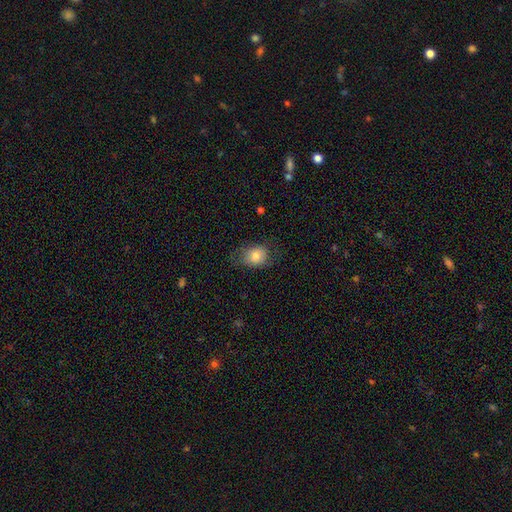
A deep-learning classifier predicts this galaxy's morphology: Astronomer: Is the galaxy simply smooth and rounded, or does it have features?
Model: smooth — 79%.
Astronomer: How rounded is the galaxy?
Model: in between — 56% (runner-up: round, 43%).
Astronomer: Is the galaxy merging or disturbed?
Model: none — 64%.